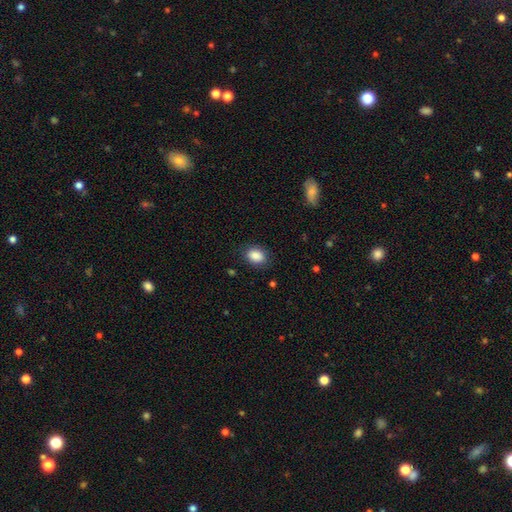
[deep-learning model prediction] Q: Smooth or featured?
A: smooth (88%); runner-up: star or artifact (8%)
Q: How rounded?
A: in between (72%); runner-up: round (27%)
Q: Merging?
A: none (83%); runner-up: minor disturbance (12%)